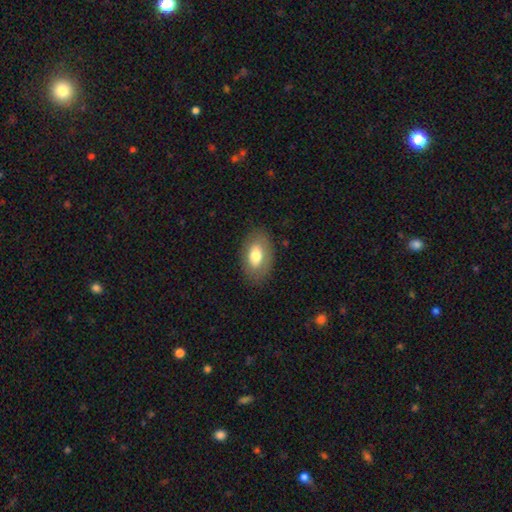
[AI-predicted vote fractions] Smooth or featured: smooth — 70% (featured or disk — 22%)
How rounded: in between — 90% (round — 8%)
Merging: none — 83% (minor disturbance — 12%)